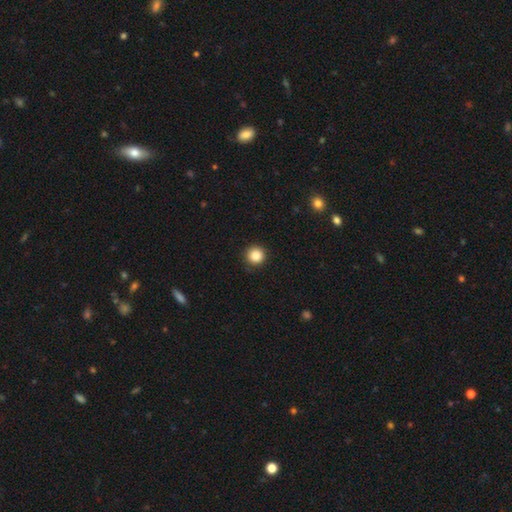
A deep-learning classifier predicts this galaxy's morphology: Smooth or featured?
  - smooth: 87% *
  - star or artifact: 10%
  - featured or disk: 3%
How rounded?
  - round: 96% *
  - in between: 3%
  - cigar-shaped: 1%
Merging?
  - none: 91% *
  - minor disturbance: 6%
  - major disturbance: 2%
  - merger: 1%